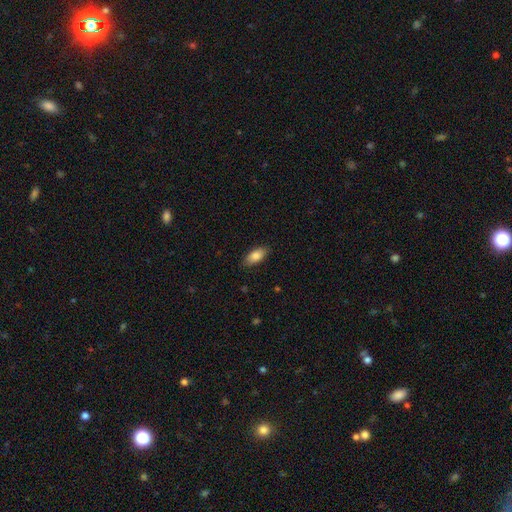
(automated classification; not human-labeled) A smooth galaxy with no disk features (85%) that is in between round and cigar-shaped (88%). Merging: none (86%).